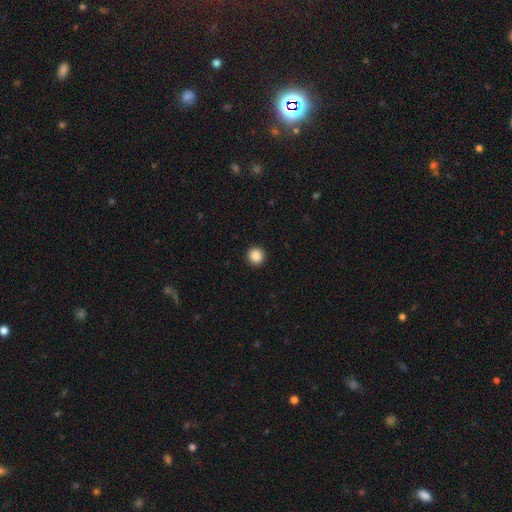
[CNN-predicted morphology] Smooth or featured? smooth (88%)
How rounded? round (94%)
Merging? none (93%)